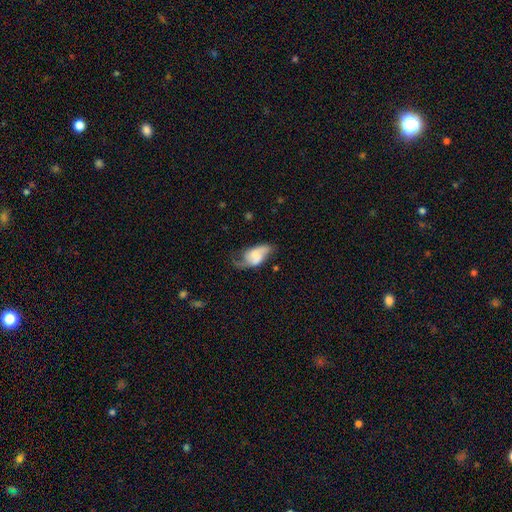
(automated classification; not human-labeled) Overall: featured or disk (57%; smooth 36%). Edge-on disk: no (94%). Bar: no (52%; weak 36%). Spiral arms: yes (83%). Bulge size: small (33%; moderate 30%). Merging: none (36%; major disturbance 30%).